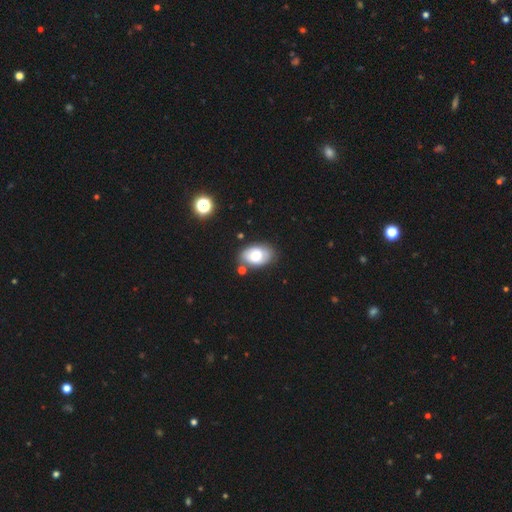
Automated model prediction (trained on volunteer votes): A smooth galaxy with no disk features (66%) that is in between round and cigar-shaped (89%).

Vote fractions:
- Smooth or featured? smooth: 66% / featured or disk: 26% / star or artifact: 8%
- How rounded? in between: 89% / round: 10% / cigar-shaped: 1%
- Merging? none: 72% / minor disturbance: 18% / merger: 6% / major disturbance: 4%